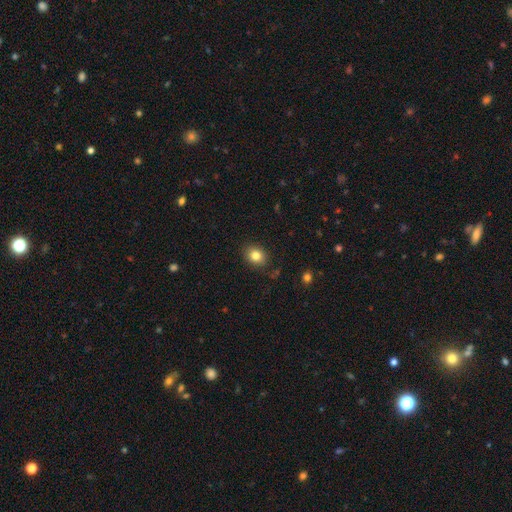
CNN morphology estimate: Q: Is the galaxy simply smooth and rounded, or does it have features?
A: smooth — 82%.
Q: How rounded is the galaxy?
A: round — 58%.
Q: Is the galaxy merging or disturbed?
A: none — 87%.